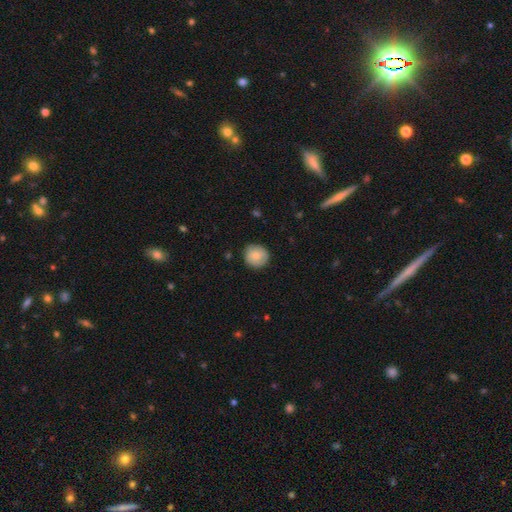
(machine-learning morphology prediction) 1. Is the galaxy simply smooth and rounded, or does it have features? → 80% smooth, 13% featured or disk, 7% star or artifact.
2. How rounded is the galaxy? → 92% round, 7% in between, 1% cigar-shaped.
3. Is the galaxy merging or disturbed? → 86% none, 11% minor disturbance, 2% major disturbance, 1% merger.